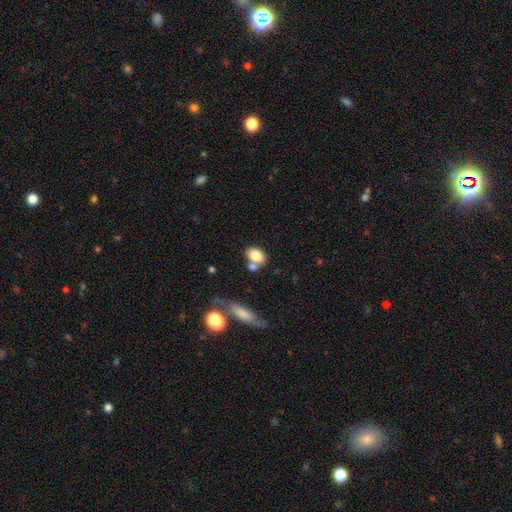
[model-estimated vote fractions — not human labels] smooth-or-featured: smooth: 81% | featured or disk: 11% | star or artifact: 8%
  how-rounded: in between: 79% | round: 19% | cigar-shaped: 2%
  merging: none: 53% | merger: 29% | minor disturbance: 13% | major disturbance: 4%